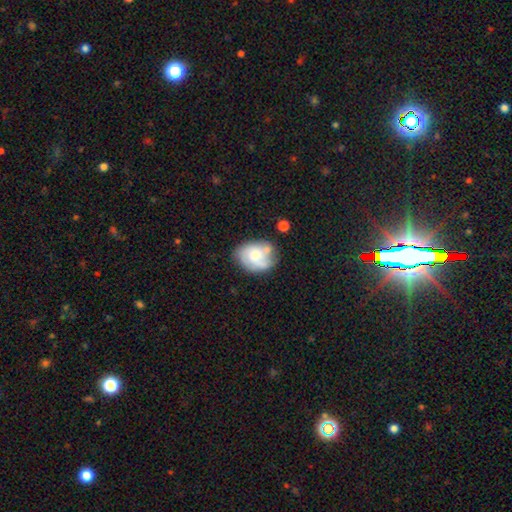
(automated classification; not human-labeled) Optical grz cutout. It shows a featured or disk galaxy (53%) with no bar (77%), spiral arms (78%) and a moderate central bulge (51%). Merging: none (56%).